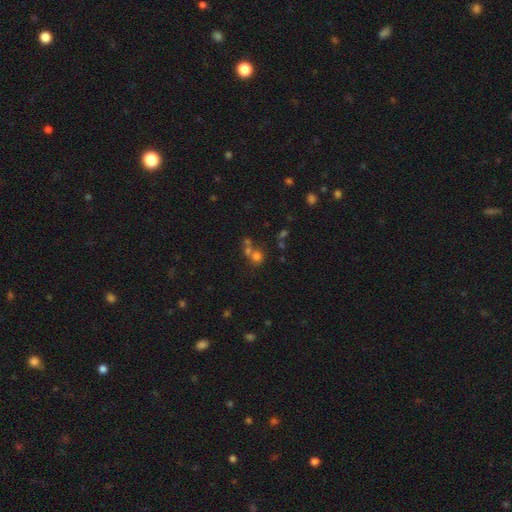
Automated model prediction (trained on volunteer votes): The model was most divided on "merging": none: 50%, merger: 38%, minor disturbance: 7%, major disturbance: 5%. More confident: how rounded — round (86%); smooth or featured — smooth (60%).